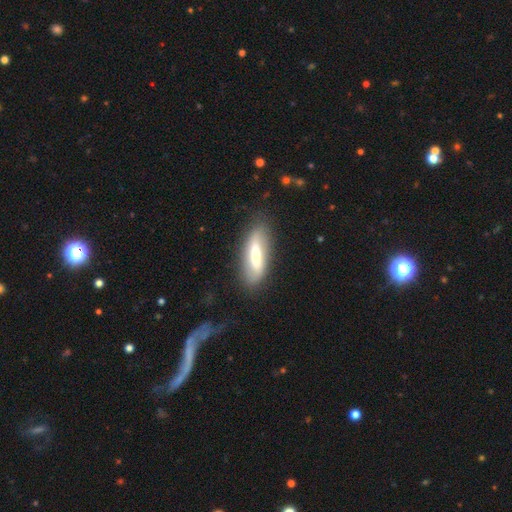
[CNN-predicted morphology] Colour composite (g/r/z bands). It shows a smooth galaxy with no disk features (55%) that is cigar-shaped (50%). Merging: none (78%).